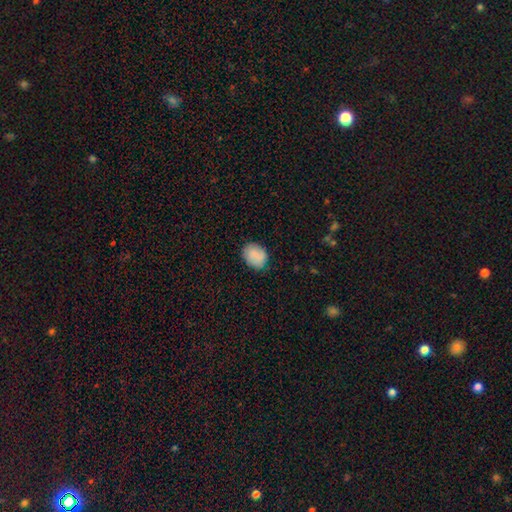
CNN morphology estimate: smooth_or_featured: smooth (p=0.86) [alt: star or artifact p=0.07]
how_rounded: in between (p=0.53) [alt: round p=0.46]
merging: none (p=0.81) [alt: minor disturbance p=0.15]